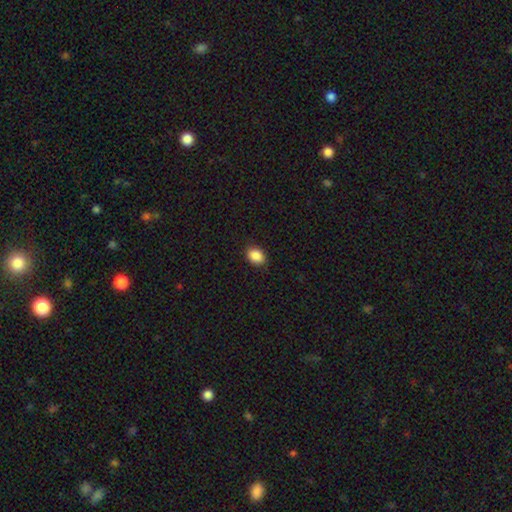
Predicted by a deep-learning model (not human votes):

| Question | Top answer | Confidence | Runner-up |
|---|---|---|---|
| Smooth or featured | smooth | 89% | star or artifact (8%) |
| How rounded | in between | 73% | round (26%) |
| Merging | none | 89% | minor disturbance (8%) |